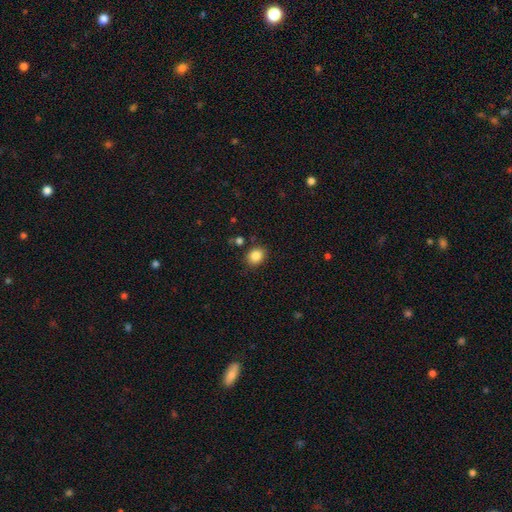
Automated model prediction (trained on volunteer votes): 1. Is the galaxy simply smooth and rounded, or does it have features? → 86% smooth, 10% star or artifact, 5% featured or disk.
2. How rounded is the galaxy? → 51% round, 48% in between, 1% cigar-shaped.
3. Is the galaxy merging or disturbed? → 83% none, 10% minor disturbance, 3% merger, 3% major disturbance.